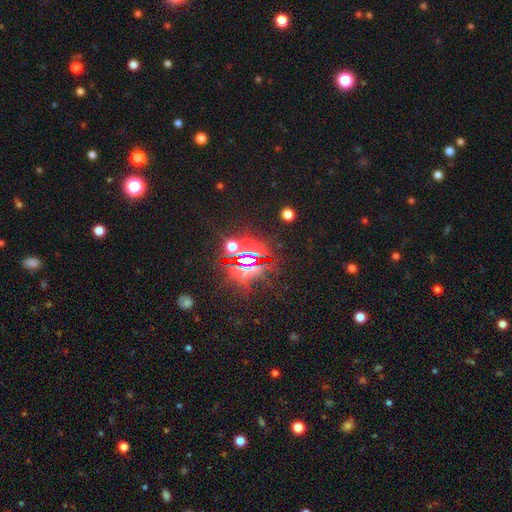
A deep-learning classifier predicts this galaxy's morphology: type=star or artifact (84%).